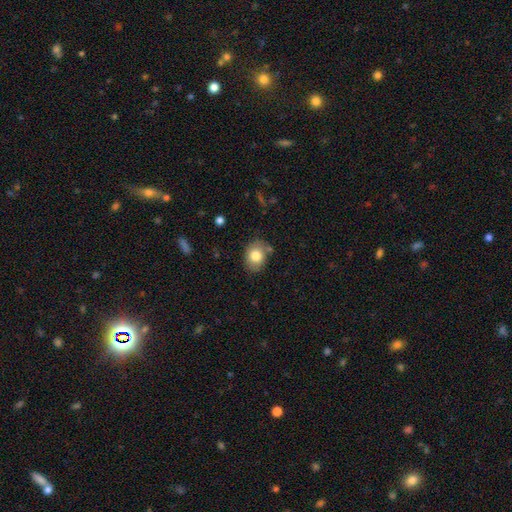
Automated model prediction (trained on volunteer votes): Overall: smooth (80%). How rounded: in between (58%; round 41%). Merging: none (78%).